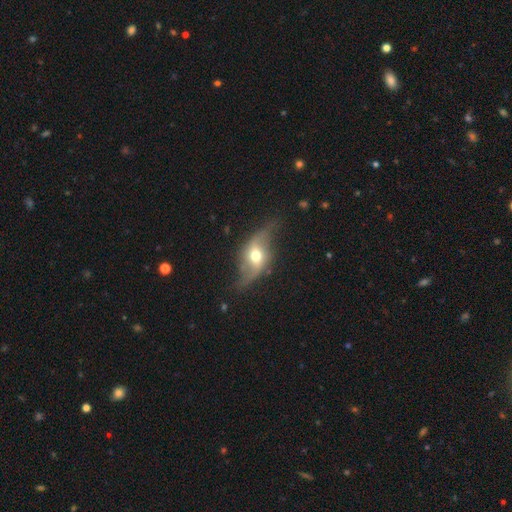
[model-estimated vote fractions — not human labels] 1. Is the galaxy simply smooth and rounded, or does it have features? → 76% featured or disk, 18% smooth, 6% star or artifact.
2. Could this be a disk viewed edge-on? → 84% no, 16% yes.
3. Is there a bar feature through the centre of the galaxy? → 47% no, 32% weak, 21% strong.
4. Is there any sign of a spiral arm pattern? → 83% yes, 17% no.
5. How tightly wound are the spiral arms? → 88% loose, 9% medium, 3% tight.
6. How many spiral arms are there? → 93% 2, 3% can't tell, 2% 1, 1% 3, 1% 4, 1% more than 4.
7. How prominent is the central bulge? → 72% moderate, 14% small, 11% large, 2% dominant, 1% none.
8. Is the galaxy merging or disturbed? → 64% none, 23% minor disturbance, 11% major disturbance, 2% merger.